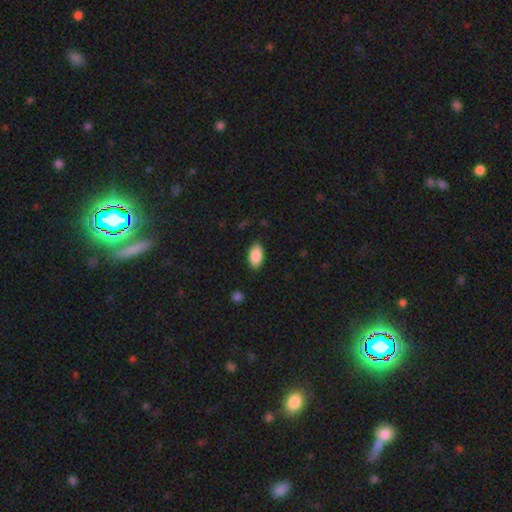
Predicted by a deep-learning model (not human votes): Smooth or featured?
  - smooth: 89% *
  - star or artifact: 7%
  - featured or disk: 4%
How rounded?
  - in between: 94% *
  - round: 3%
  - cigar-shaped: 3%
Merging?
  - none: 86% *
  - minor disturbance: 10%
  - major disturbance: 2%
  - merger: 1%